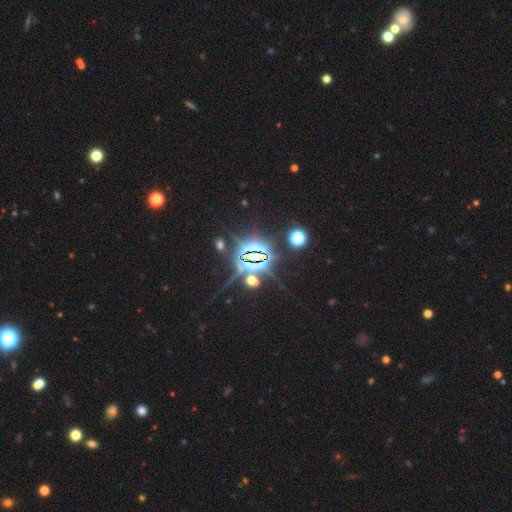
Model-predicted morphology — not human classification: star or artifact 81%, featured or disk 10%, smooth 9%.